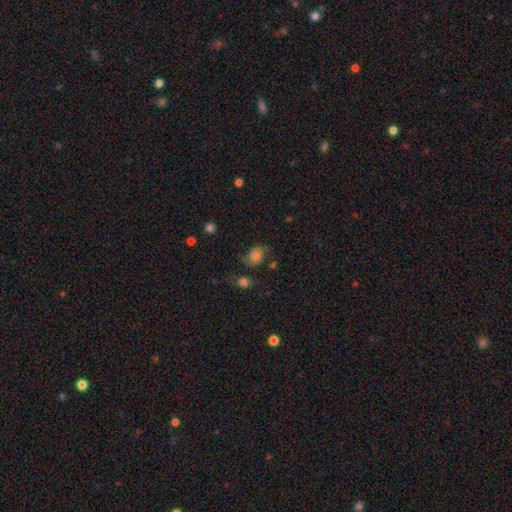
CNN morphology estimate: Smooth or featured?
  - smooth: 52% *
  - featured or disk: 35%
  - star or artifact: 14%
How rounded?
  - in between: 56% *
  - round: 42%
  - cigar-shaped: 2%
Merging?
  - none: 53% *
  - minor disturbance: 24%
  - major disturbance: 16%
  - merger: 7%